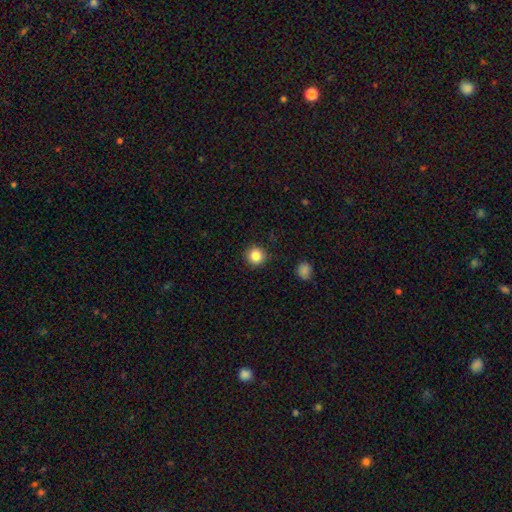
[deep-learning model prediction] This appears to be a smooth galaxy with no disk features (85%) that is round (94%). Merging: none (91%).